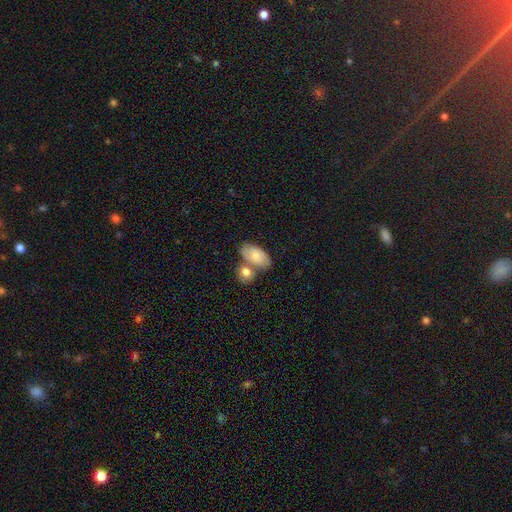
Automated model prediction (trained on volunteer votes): Morphology: type=smooth (63%); roundness=in between (89%); merging=merger (41%).